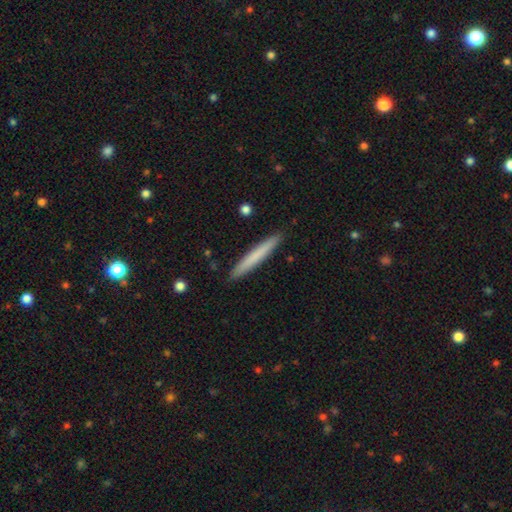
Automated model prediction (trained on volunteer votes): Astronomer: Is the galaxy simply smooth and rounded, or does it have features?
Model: smooth — 72%.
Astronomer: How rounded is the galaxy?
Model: cigar-shaped — 97%.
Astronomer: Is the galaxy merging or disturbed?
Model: none — 92%.